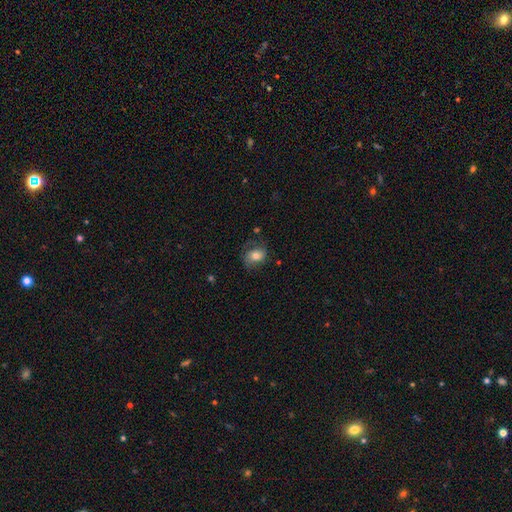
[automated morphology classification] smooth_or_featured: smooth (p=0.61) [alt: featured or disk p=0.29]
how_rounded: in between (p=0.58) [alt: round p=0.41]
merging: none (p=0.60) [alt: minor disturbance p=0.24]